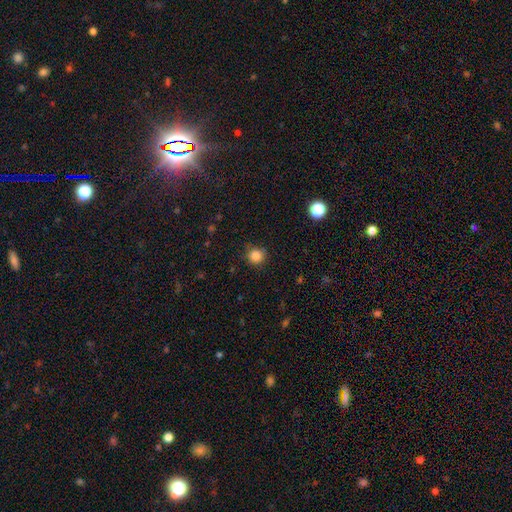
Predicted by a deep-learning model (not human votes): Smooth or featured? Predicted: smooth (p=0.85). How rounded? Predicted: round (p=0.92). Merging? Predicted: none (p=0.84).